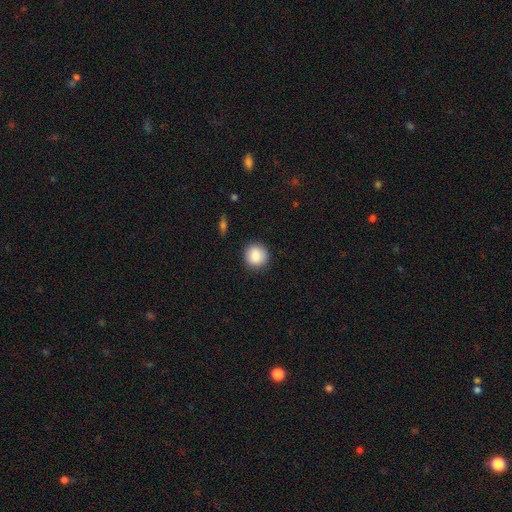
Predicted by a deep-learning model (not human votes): smooth-or-featured: smooth: 86% | star or artifact: 8% | featured or disk: 6%
  how-rounded: round: 92% | in between: 7% | cigar-shaped: 1%
  merging: none: 89% | minor disturbance: 8% | major disturbance: 2% | merger: 1%